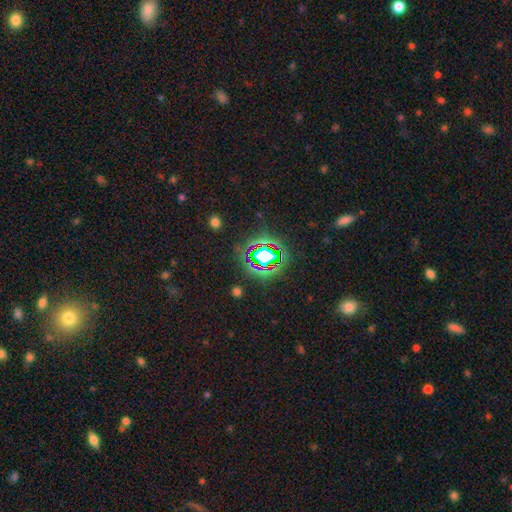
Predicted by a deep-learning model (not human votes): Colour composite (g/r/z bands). It shows a star or artifact, not a galaxy (77%).